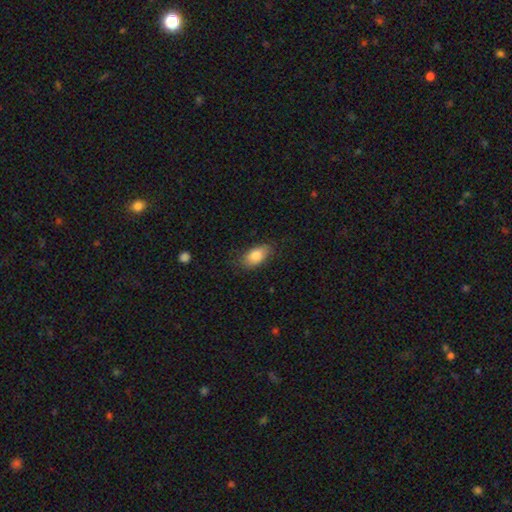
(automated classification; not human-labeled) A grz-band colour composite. It shows a smooth galaxy with no disk features (83%) that is in between round and cigar-shaped (91%). Merging: none (78%).